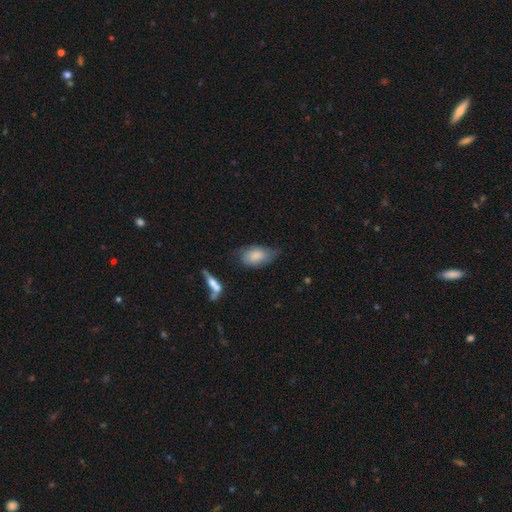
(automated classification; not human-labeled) Smooth or featured?
  - smooth: 74% *
  - featured or disk: 19%
  - star or artifact: 7%
How rounded?
  - in between: 91% *
  - round: 6%
  - cigar-shaped: 3%
Merging?
  - none: 46% *
  - minor disturbance: 38%
  - major disturbance: 12%
  - merger: 4%